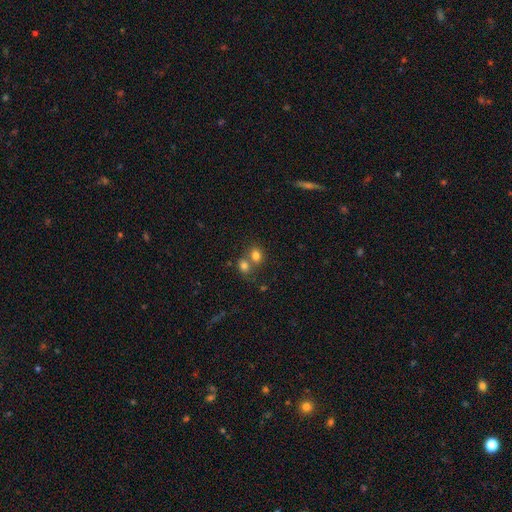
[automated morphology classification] This appears to be a smooth galaxy with no disk features (77%) that is round (61%). Merging: merger (54%).